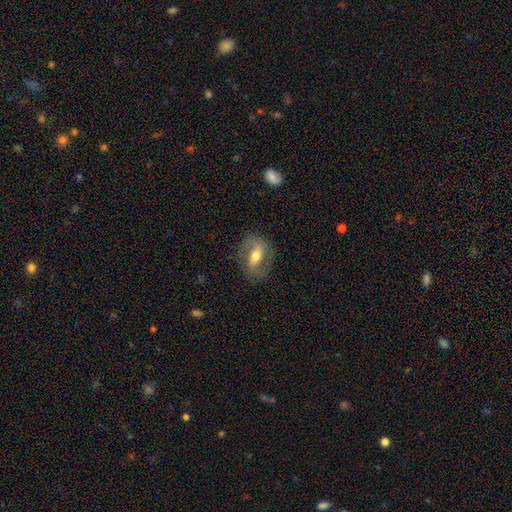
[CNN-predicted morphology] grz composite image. It shows a featured or disk galaxy (60%) with a strong bar (48%), spiral arms (63%) and a moderate central bulge (67%). Merging: none (77%).